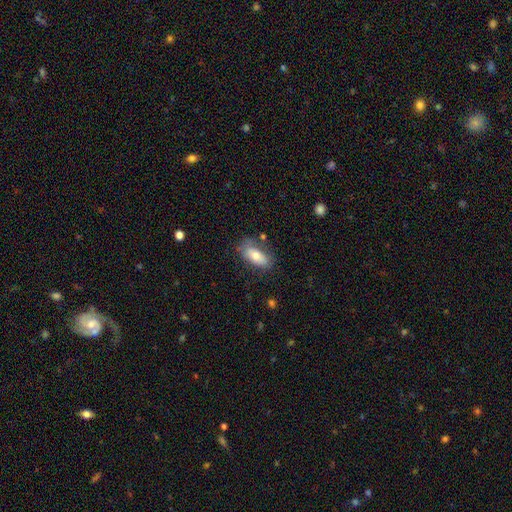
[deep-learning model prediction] Smooth or featured? smooth (72%)
How rounded? in between (86%)
Merging? none (69%)